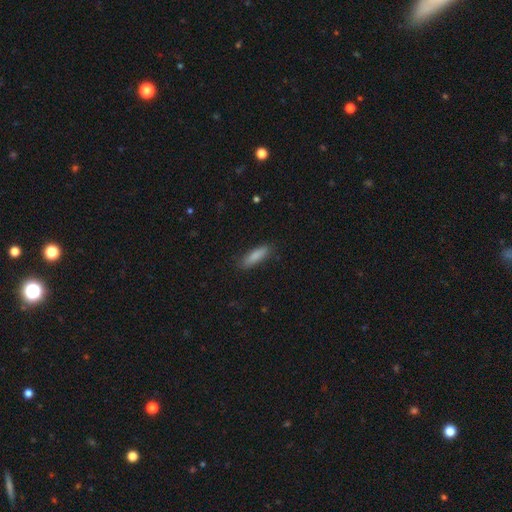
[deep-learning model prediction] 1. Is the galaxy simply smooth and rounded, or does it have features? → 86% smooth, 8% featured or disk, 6% star or artifact.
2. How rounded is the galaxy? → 61% cigar-shaped, 38% in between, 2% round.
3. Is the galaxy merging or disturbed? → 84% none, 12% minor disturbance, 2% major disturbance, 1% merger.